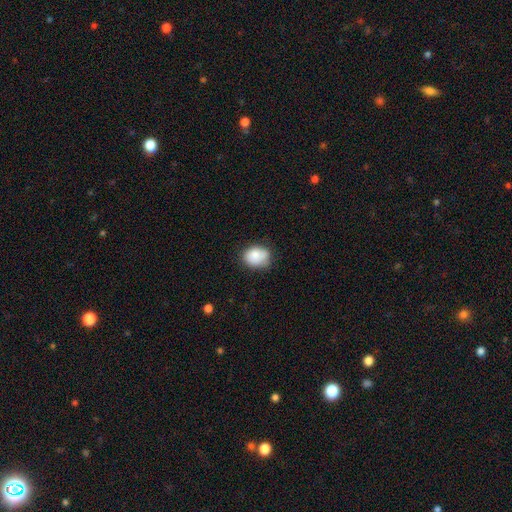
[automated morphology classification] Smooth or featured: smooth — 82% (featured or disk — 10%)
How rounded: in between — 55% (round — 44%)
Merging: none — 64% (minor disturbance — 26%)